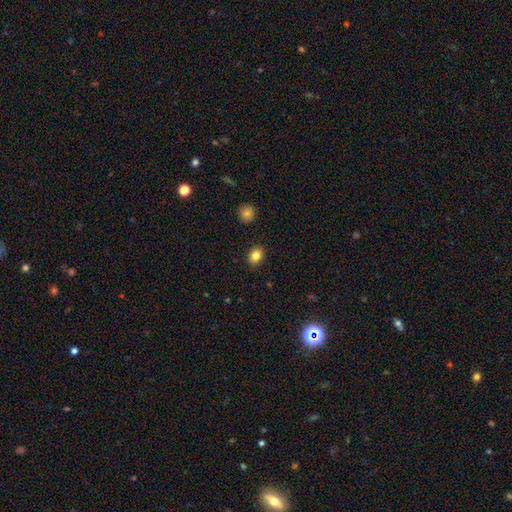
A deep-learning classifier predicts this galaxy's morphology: Overall: smooth (84%). How rounded: in between (58%; round 41%). Merging: none (89%).